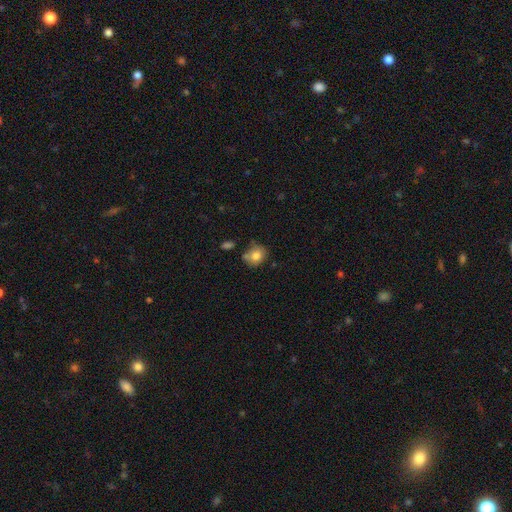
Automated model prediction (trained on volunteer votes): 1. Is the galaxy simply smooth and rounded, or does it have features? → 78% smooth, 13% featured or disk, 10% star or artifact.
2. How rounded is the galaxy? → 69% round, 30% in between, 1% cigar-shaped.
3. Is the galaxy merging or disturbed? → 62% none, 21% minor disturbance, 12% merger, 5% major disturbance.